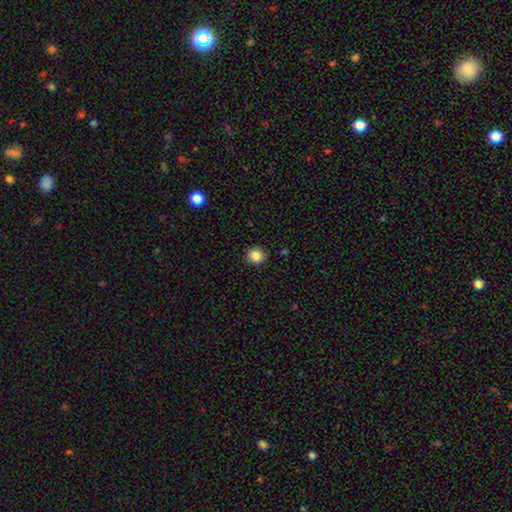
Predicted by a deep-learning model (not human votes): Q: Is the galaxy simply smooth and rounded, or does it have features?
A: smooth — 86%.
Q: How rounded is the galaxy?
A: round — 85%.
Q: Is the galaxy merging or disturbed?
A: none — 90%.